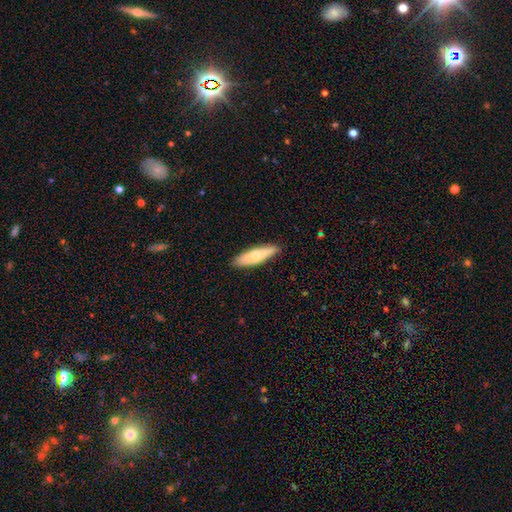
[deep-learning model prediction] Smooth or featured? smooth (67%)
How rounded? cigar-shaped (65%)
Merging? none (88%)